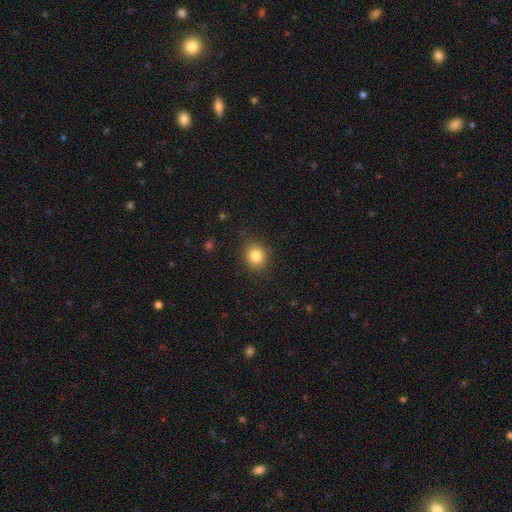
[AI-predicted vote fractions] Morphology: type=smooth (83%); roundness=round (80%); merging=none (86%).